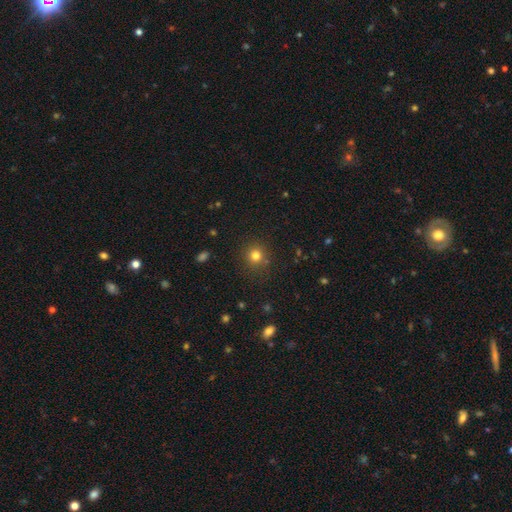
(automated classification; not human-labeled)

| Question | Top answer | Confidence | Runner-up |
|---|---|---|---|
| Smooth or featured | smooth | 78% | star or artifact (16%) |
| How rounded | round | 92% | in between (7%) |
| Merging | none | 85% | minor disturbance (8%) |